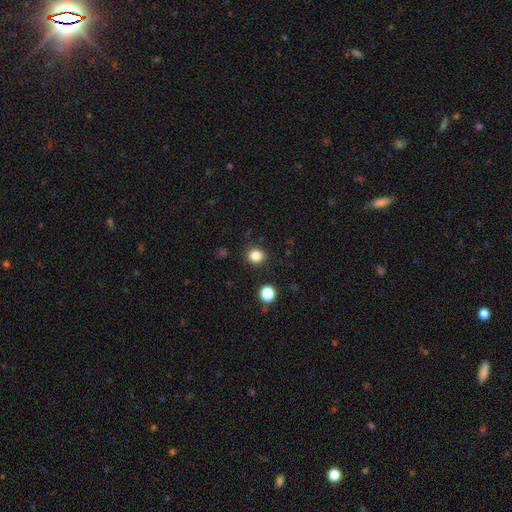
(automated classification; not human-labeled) A smooth galaxy with no disk features (84%) that is round (86%). Merging: none (90%).